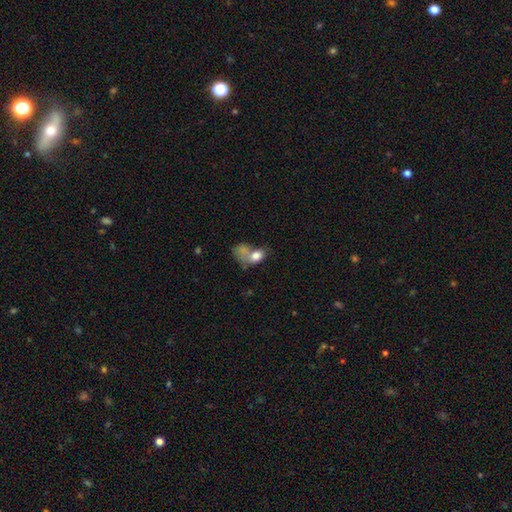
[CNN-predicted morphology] smooth-or-featured: smooth: 74% | featured or disk: 17% | star or artifact: 9%
  how-rounded: in between: 72% | round: 27% | cigar-shaped: 2%
  merging: merger: 52% | none: 19% | major disturbance: 17% | minor disturbance: 12%